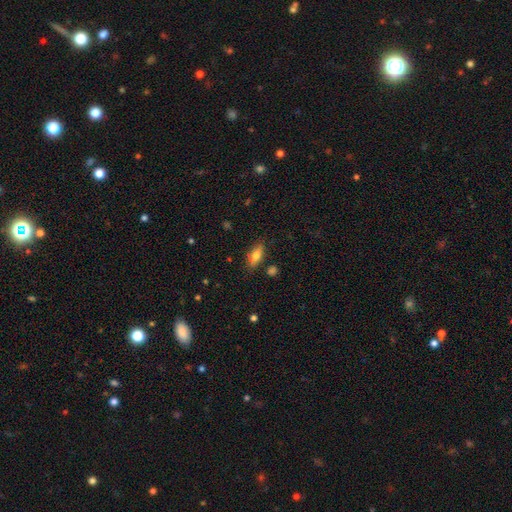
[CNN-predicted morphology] smooth 72%, featured or disk 20%, star or artifact 8%. Down the decision tree: how rounded — in between (79%); merging — none (79%).